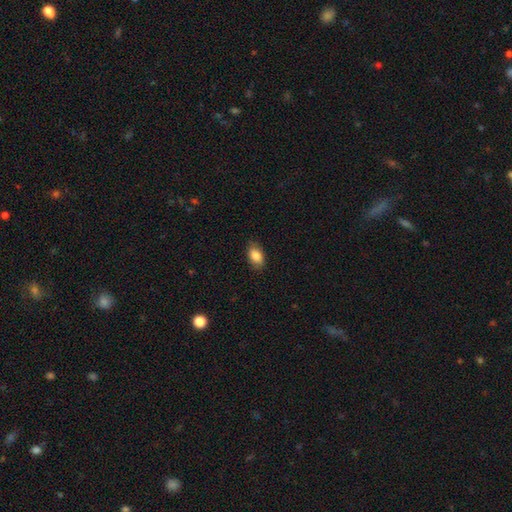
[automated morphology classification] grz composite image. It shows a smooth galaxy with no disk features (85%) that is in between round and cigar-shaped (90%). Merging: none (82%).